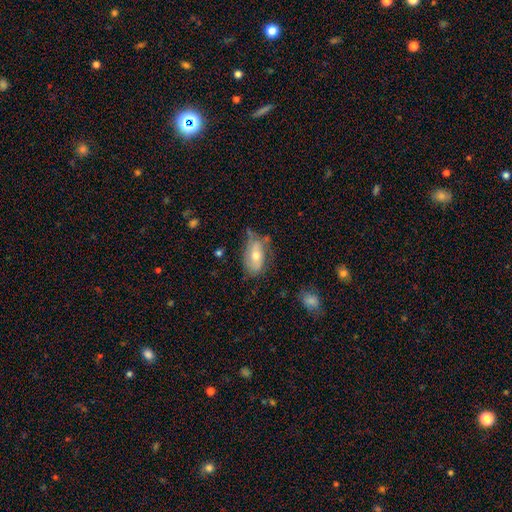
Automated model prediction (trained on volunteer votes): Smooth or featured: smooth — 56% (featured or disk — 37%)
How rounded: in between — 90% (round — 6%)
Merging: none — 52% (minor disturbance — 32%)